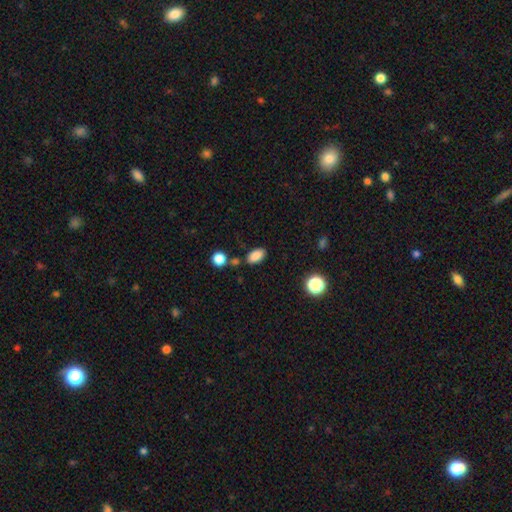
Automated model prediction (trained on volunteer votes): Overall: smooth (85%). How rounded: in between (90%). Merging: none (79%).